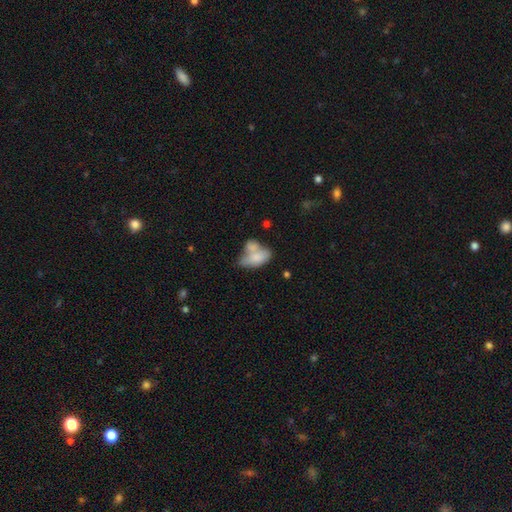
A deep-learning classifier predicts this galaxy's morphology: A smooth galaxy with no disk features (72%) that is in between round and cigar-shaped (88%). Merging: merger (53%).